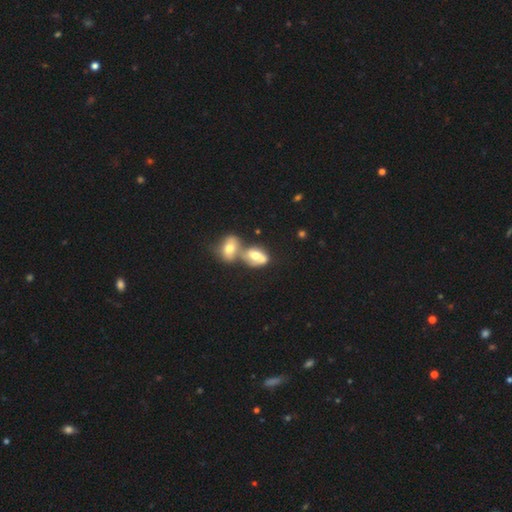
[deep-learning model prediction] smooth 53%, featured or disk 38%, star or artifact 9%. Down the decision tree: how rounded — in between (78%); merging — merger (69%).